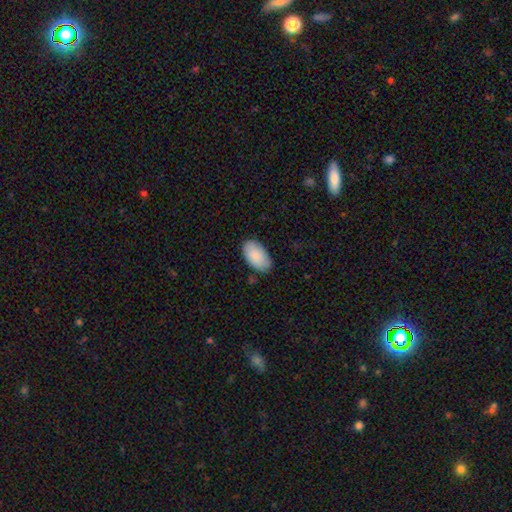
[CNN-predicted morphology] Smooth or featured?
  - smooth: 85% *
  - featured or disk: 9%
  - star or artifact: 6%
How rounded?
  - in between: 95% *
  - round: 3%
  - cigar-shaped: 1%
Merging?
  - none: 79% *
  - minor disturbance: 16%
  - major disturbance: 3%
  - merger: 2%